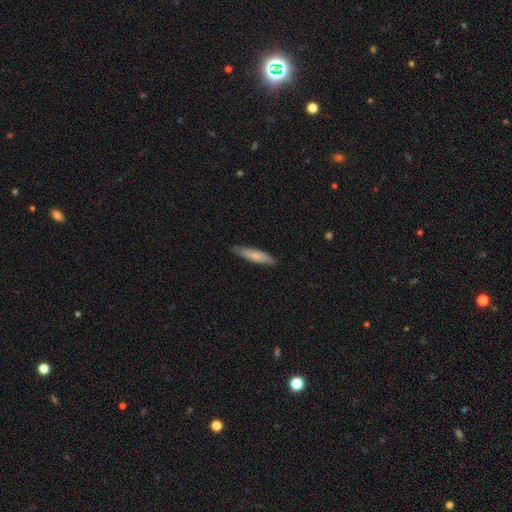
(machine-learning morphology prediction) smooth_or_featured: smooth (p=0.73) [alt: featured or disk p=0.22]
how_rounded: cigar-shaped (p=0.75) [alt: in between p=0.23]
merging: none (p=0.81) [alt: minor disturbance p=0.16]